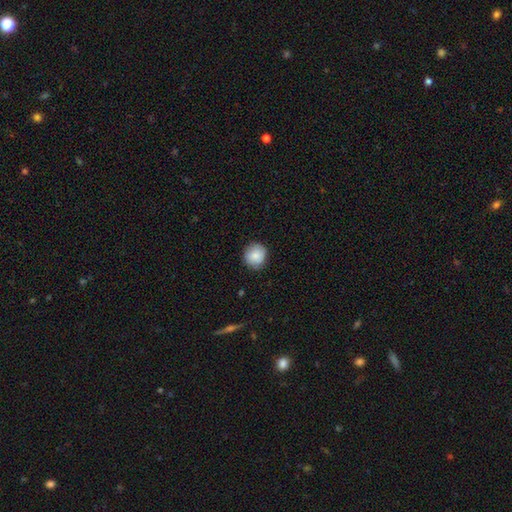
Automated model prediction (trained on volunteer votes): Overall: smooth (83%). How rounded: round (90%). Merging: none (84%).